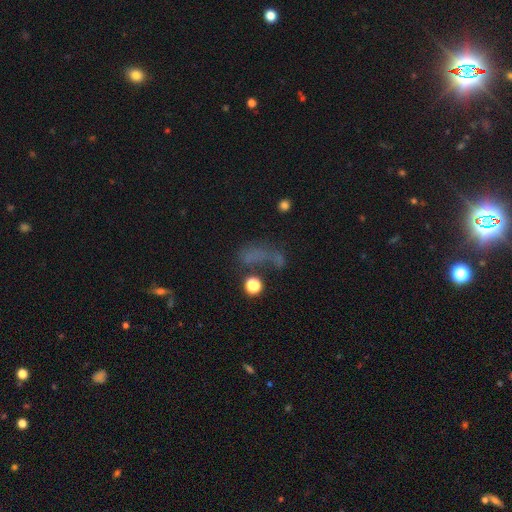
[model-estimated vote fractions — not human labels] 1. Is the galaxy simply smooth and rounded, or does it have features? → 48% smooth, 32% star or artifact, 20% featured or disk.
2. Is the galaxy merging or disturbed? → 36% none, 32% major disturbance, 16% merger, 16% minor disturbance.